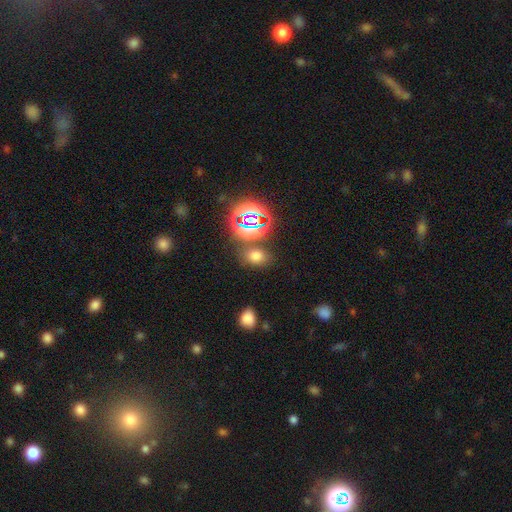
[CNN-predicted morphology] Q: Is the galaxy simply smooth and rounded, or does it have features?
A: smooth — 64%.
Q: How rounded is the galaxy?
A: in between — 64%.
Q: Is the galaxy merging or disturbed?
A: none — 76%.